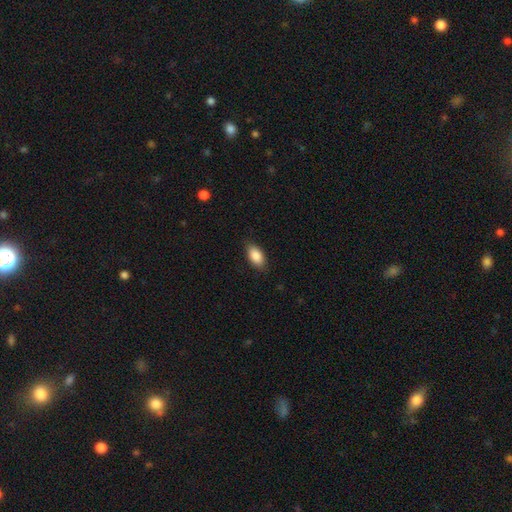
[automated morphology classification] Overall: smooth (87%). How rounded: in between (93%). Merging: none (86%).